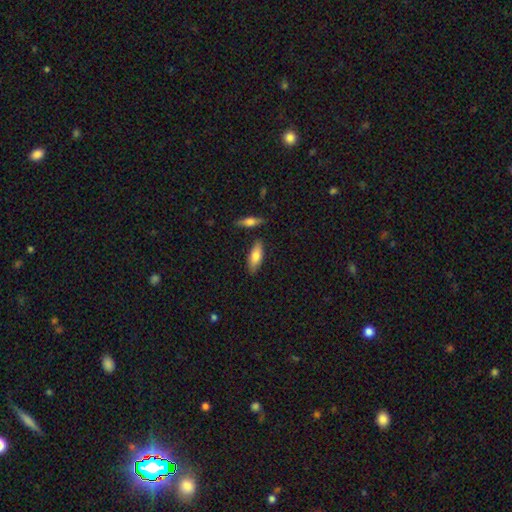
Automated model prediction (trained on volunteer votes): Smooth or featured? Predicted: smooth (p=0.75). How rounded? Predicted: in between (p=0.67). Merging? Predicted: none (p=0.80).